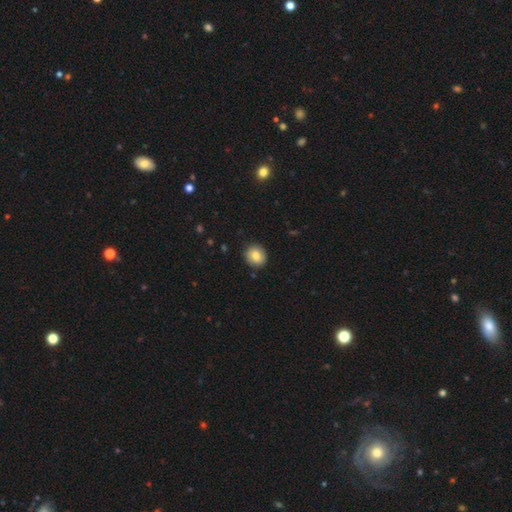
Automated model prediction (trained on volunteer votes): Smooth or featured: smooth — 80% (featured or disk — 12%)
How rounded: round — 81% (in between — 18%)
Merging: none — 87% (minor disturbance — 10%)